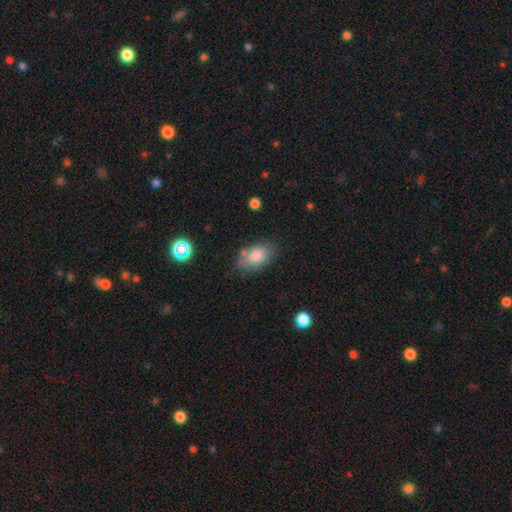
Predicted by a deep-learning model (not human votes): A smooth galaxy with no disk features (81%) that is in between round and cigar-shaped (89%).

Vote fractions:
- Smooth or featured? smooth: 81% / featured or disk: 10% / star or artifact: 9%
- How rounded? in between: 89% / round: 9% / cigar-shaped: 2%
- Merging? none: 71% / minor disturbance: 19% / merger: 5% / major disturbance: 5%